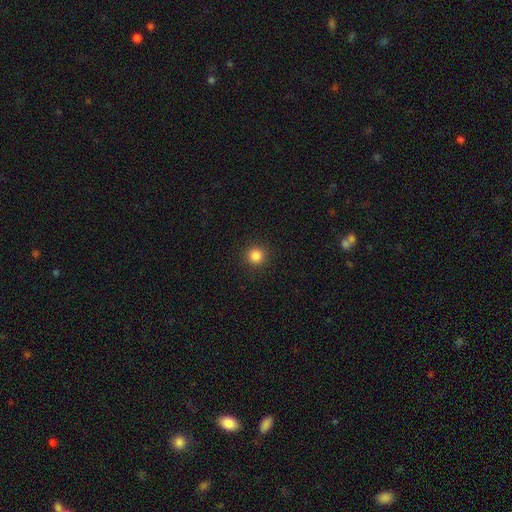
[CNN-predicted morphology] A smooth galaxy with no disk features (85%) that is round (95%).

Vote fractions:
- Smooth or featured? smooth: 85% / star or artifact: 12% / featured or disk: 3%
- How rounded? round: 95% / in between: 4% / cigar-shaped: 1%
- Merging? none: 92% / minor disturbance: 5% / major disturbance: 2% / merger: 1%